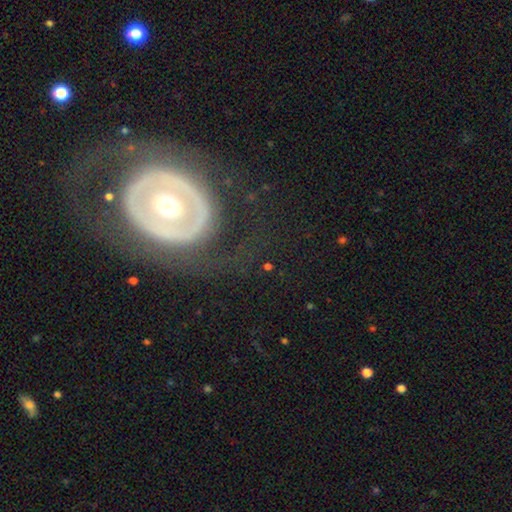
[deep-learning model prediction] A featured or disk galaxy (69%) with no bar (71%), no spiral arms (81%) and a moderate central bulge (69%).

Vote fractions:
- Smooth or featured? featured or disk: 69% / smooth: 24% / star or artifact: 7%
- Edge-on disk? no: 91% / yes: 9%
- Bar? no: 71% / weak: 16% / strong: 14%
- Spiral arms? no: 81% / yes: 19%
- Bulge size? moderate: 69% / large: 14% / small: 12% / dominant: 3% / none: 1%
- Merging? none: 72% / minor disturbance: 14% / major disturbance: 13% / merger: 2%